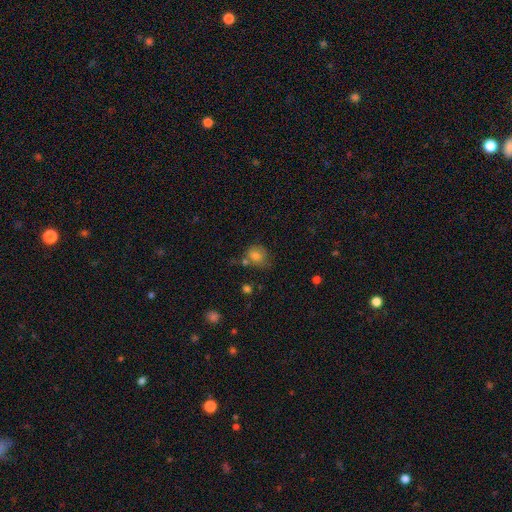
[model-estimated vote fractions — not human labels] smooth_or_featured: smooth (p=0.77) [alt: star or artifact p=0.12]
how_rounded: round (p=0.60) [alt: in between p=0.39]
merging: none (p=0.53) [alt: minor disturbance p=0.24]